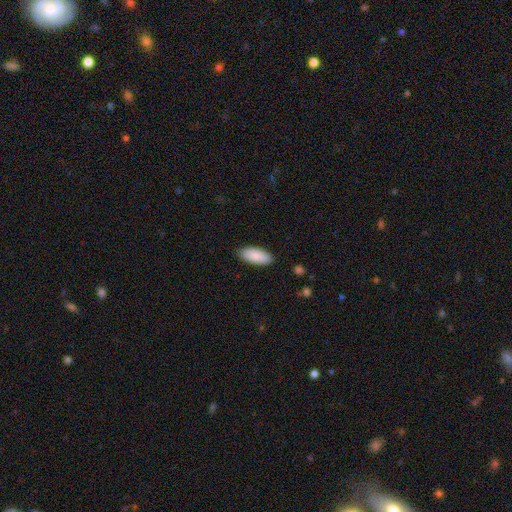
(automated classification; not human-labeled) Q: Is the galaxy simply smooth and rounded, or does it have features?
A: smooth — 89%.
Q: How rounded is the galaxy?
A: in between — 84%.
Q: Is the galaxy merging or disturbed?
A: none — 88%.